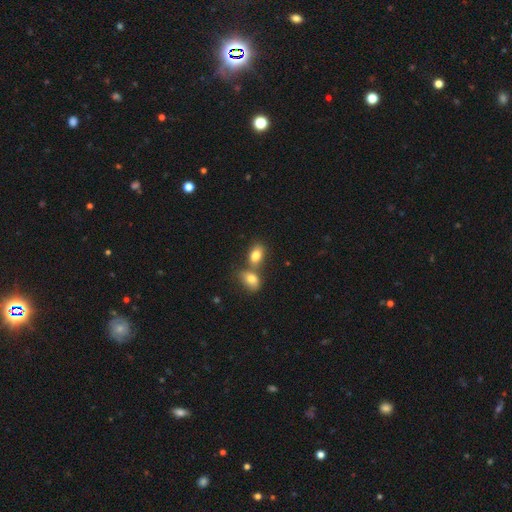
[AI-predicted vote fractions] Smooth or featured? Predicted: smooth (p=0.82). How rounded? Predicted: in between (p=0.86). Merging? Predicted: merger (p=0.51).